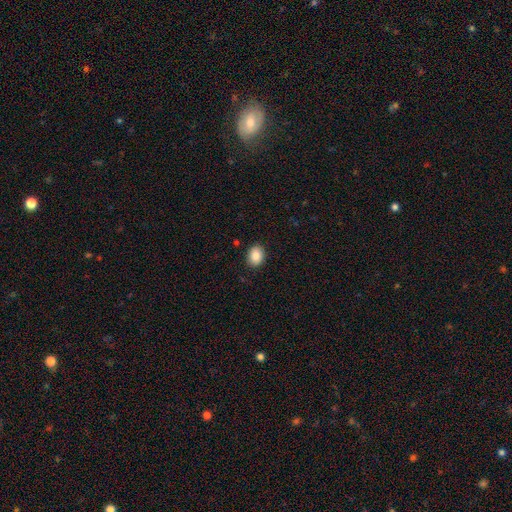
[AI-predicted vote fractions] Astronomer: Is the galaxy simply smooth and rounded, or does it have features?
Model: smooth — 86%.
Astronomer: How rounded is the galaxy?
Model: in between — 60% (runner-up: round, 39%).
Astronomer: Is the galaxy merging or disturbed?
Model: none — 89%.